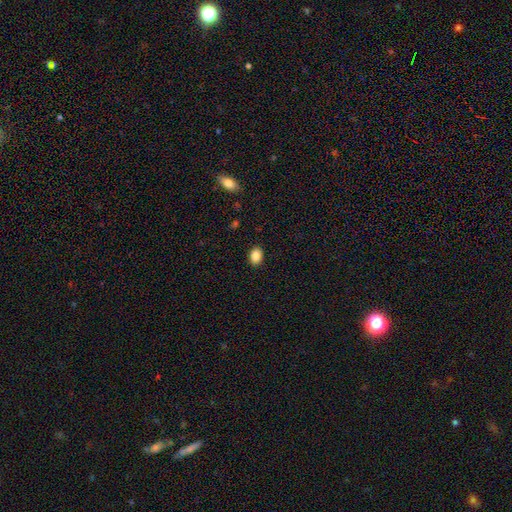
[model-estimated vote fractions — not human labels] The model was most divided on "how rounded": in between: 76%, round: 23%, cigar-shaped: 1%. More confident: merging — none (90%); smooth or featured — smooth (87%).